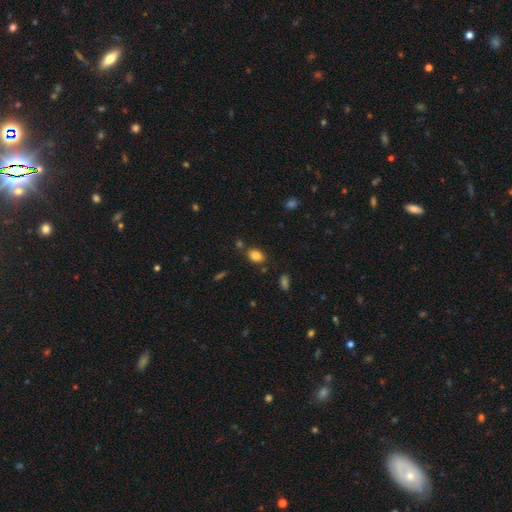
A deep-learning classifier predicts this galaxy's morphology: Overall: smooth (84%). How rounded: in between (74%). Merging: none (77%).